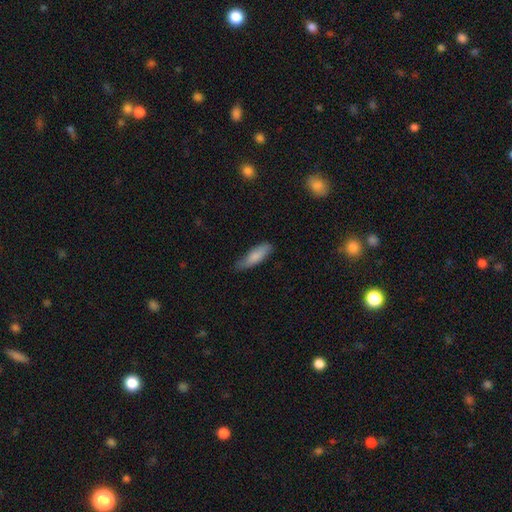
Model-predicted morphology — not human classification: Smooth or featured? smooth (81%)
How rounded? cigar-shaped (50%)
Merging? none (66%)